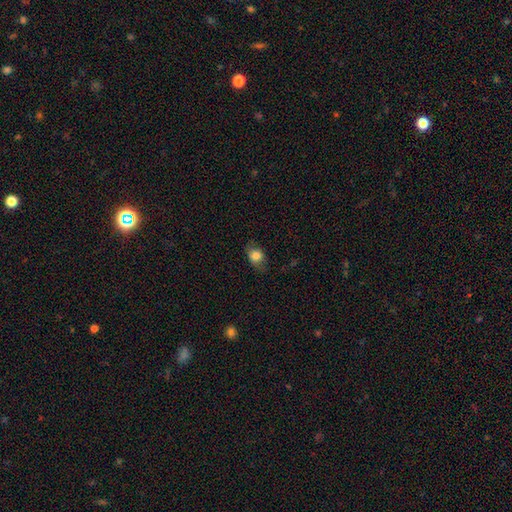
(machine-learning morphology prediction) A smooth galaxy with no disk features (80%) that is in between round and cigar-shaped (65%). Merging: none (69%).